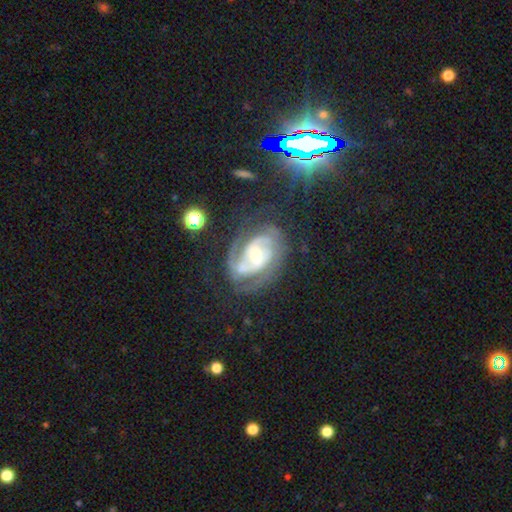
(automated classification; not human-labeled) Smooth or featured?
  - featured or disk: 87% *
  - smooth: 7%
  - star or artifact: 6%
Edge-on disk?
  - no: 97% *
  - yes: 3%
Bar?
  - weak: 41% *
  - no: 38%
  - strong: 21%
Spiral arms?
  - yes: 94% *
  - no: 6%
Spiral winding?
  - tight: 53% *
  - medium: 37%
  - loose: 9%
Spiral arm count?
  - 2: 57% *
  - can't tell: 19%
  - 3: 13%
  - 1: 5%
  - 4: 3%
  - more than 4: 3%
Bulge size?
  - moderate: 48% *
  - small: 45%
  - large: 4%
  - none: 2%
  - dominant: 1%
Merging?
  - none: 60% *
  - minor disturbance: 21%
  - major disturbance: 15%
  - merger: 4%